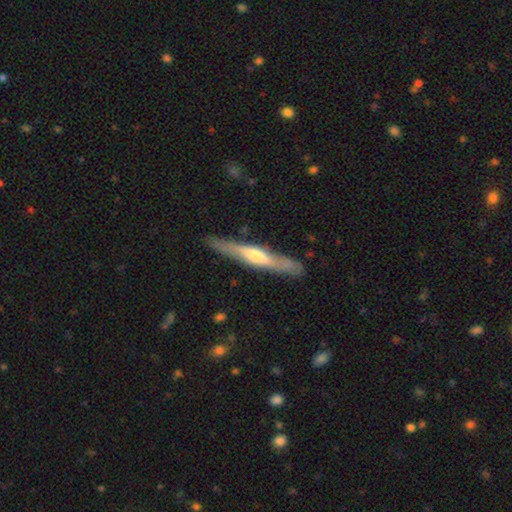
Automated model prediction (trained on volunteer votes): Morphology: type=featured or disk (64%); edge-on=yes (92%); edge-on bulge=rounded (68%); merging=none (86%).